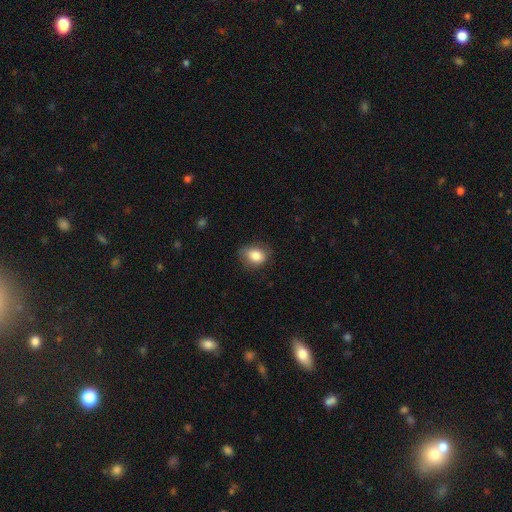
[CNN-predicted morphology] Smooth or featured? Predicted: smooth (p=0.83). How rounded? Predicted: in between (p=0.57). Merging? Predicted: none (p=0.71).